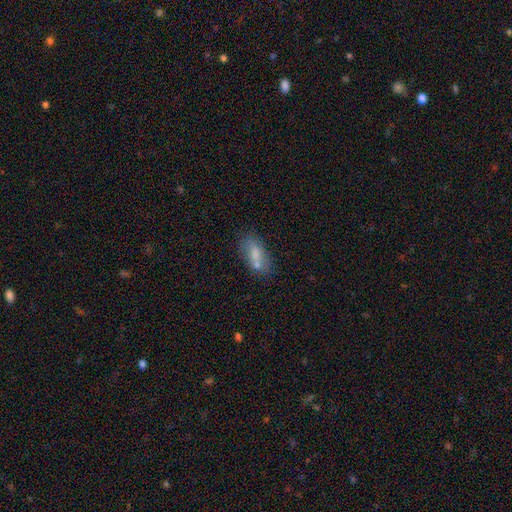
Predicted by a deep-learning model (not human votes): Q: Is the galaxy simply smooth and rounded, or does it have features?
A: smooth — 68%.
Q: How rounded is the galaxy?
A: in between — 77%.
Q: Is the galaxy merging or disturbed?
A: none — 54%.